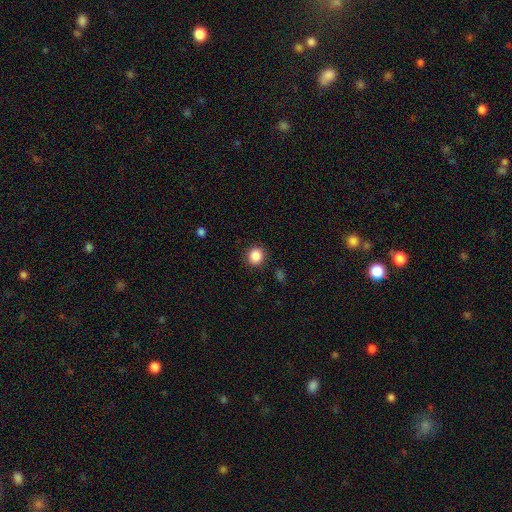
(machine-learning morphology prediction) This appears to be a smooth galaxy with no disk features (87%) that is round (89%). Merging: none (90%).